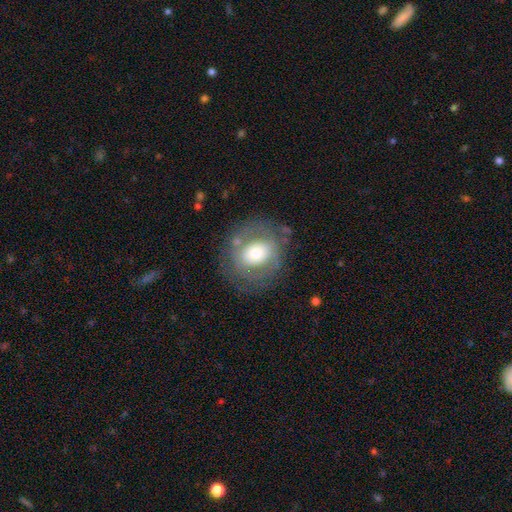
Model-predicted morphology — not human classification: Smooth or featured: smooth — 50% (featured or disk — 41%)
Merging: none — 73% (minor disturbance — 15%)